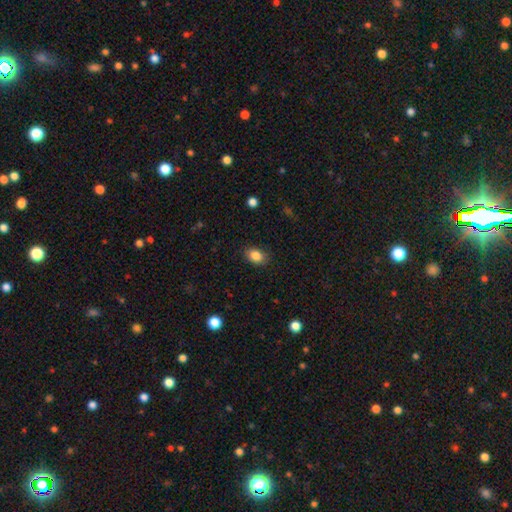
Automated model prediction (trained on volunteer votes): The model was most divided on "how rounded": in between: 74%, round: 24%, cigar-shaped: 1%. More confident: smooth or featured — smooth (86%); merging — none (85%).